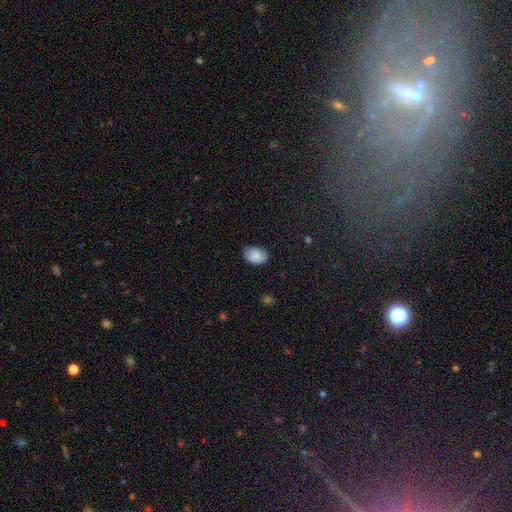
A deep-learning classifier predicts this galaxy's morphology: Smooth or featured?
  - smooth: 87% *
  - star or artifact: 7%
  - featured or disk: 5%
How rounded?
  - in between: 75% *
  - round: 24%
  - cigar-shaped: 1%
Merging?
  - none: 78% *
  - minor disturbance: 18%
  - major disturbance: 3%
  - merger: 1%